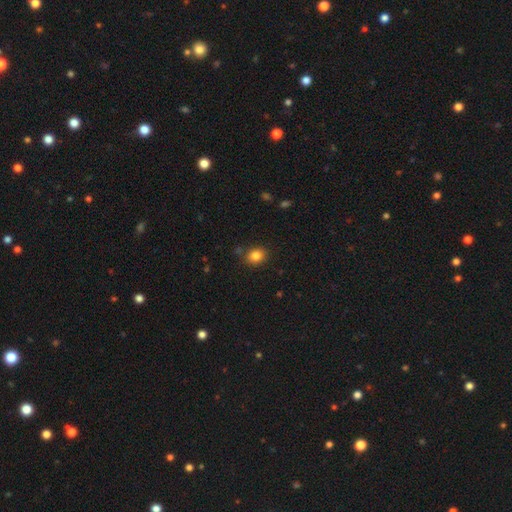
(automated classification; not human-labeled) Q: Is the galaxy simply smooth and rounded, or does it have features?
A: smooth — 84%.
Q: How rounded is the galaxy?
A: round — 58%.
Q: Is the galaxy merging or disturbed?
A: none — 84%.